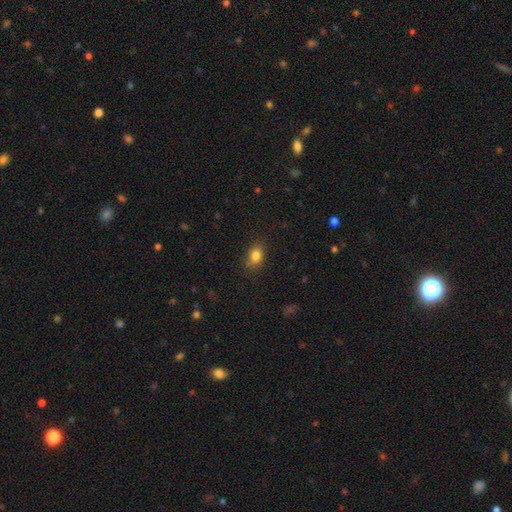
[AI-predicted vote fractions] This is clearly a smooth galaxy (83%). How rounded: likely in between (66%). Merging: clearly none (80%).